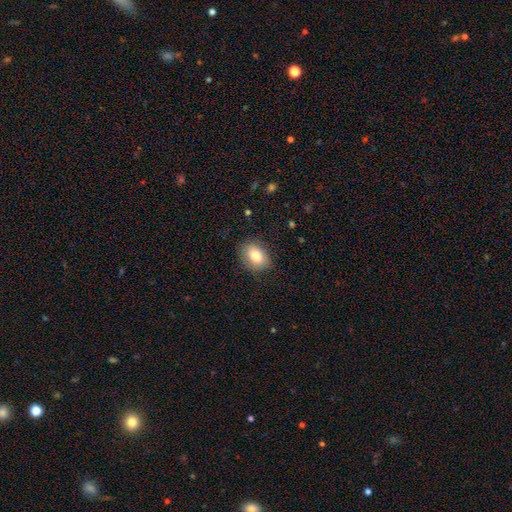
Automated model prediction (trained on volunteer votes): smooth-or-featured: smooth: 83% | featured or disk: 9% | star or artifact: 8%
  how-rounded: in between: 76% | round: 23% | cigar-shaped: 1%
  merging: none: 83% | minor disturbance: 13% | major disturbance: 3% | merger: 1%